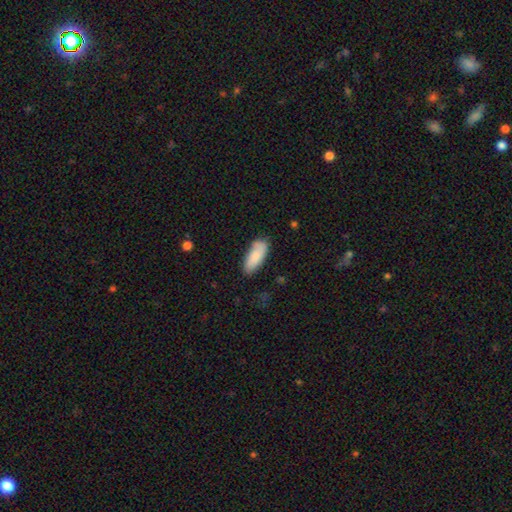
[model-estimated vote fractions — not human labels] The model was most divided on "merging": none: 74%, minor disturbance: 20%, major disturbance: 4%, merger: 2%. More confident: smooth or featured — smooth (83%); how rounded — in between (79%).